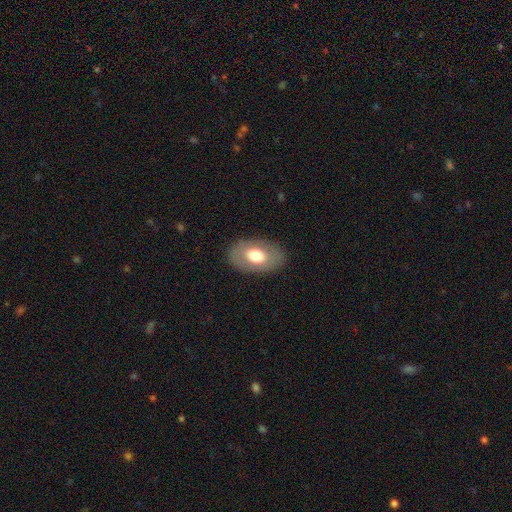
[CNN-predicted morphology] Smooth or featured: smooth — 65% (featured or disk — 28%)
How rounded: in between — 88% (round — 11%)
Merging: none — 85% (minor disturbance — 10%)